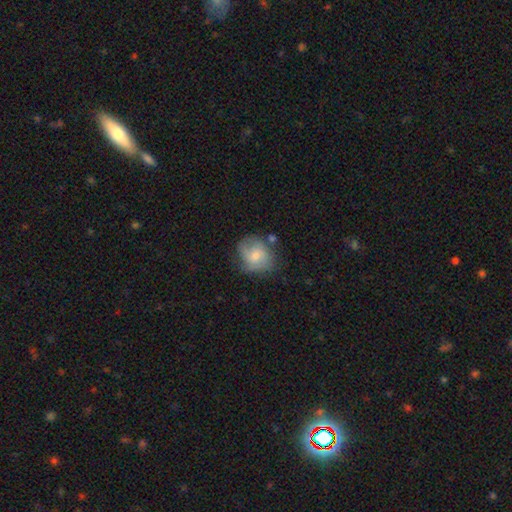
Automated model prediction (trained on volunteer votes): smooth_or_featured: smooth (p=0.50) [alt: featured or disk p=0.43]
merging: none (p=0.55) [alt: minor disturbance p=0.27]